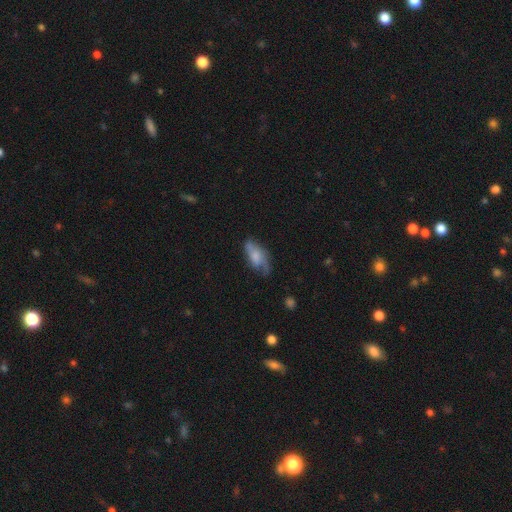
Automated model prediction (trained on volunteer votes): Smooth or featured? smooth (50%)
How rounded? in between (81%)
Merging? none (49%)